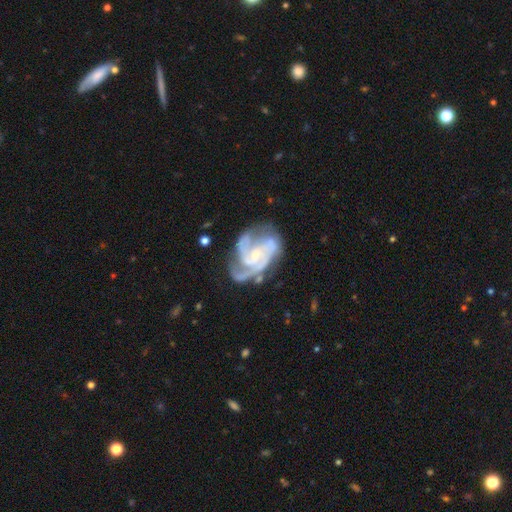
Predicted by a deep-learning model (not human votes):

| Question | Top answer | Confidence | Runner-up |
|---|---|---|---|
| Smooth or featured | featured or disk | 90% | smooth (5%) |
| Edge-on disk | no | 98% | yes (2%) |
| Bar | no | 56% | weak (34%) |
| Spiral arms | yes | 97% | no (3%) |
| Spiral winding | medium | 46% | tight (44%) |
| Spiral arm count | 3 | 54% | 2 (17%) |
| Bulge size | small | 66% | moderate (26%) |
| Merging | none | 57% | minor disturbance (23%) |